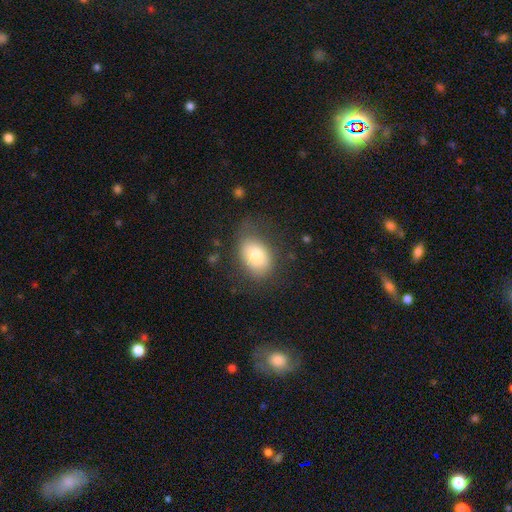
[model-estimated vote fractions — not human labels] smooth-or-featured: smooth: 77% | featured or disk: 15% | star or artifact: 8%
  how-rounded: in between: 77% | round: 22% | cigar-shaped: 1%
  merging: none: 68% | minor disturbance: 20% | major disturbance: 10% | merger: 1%